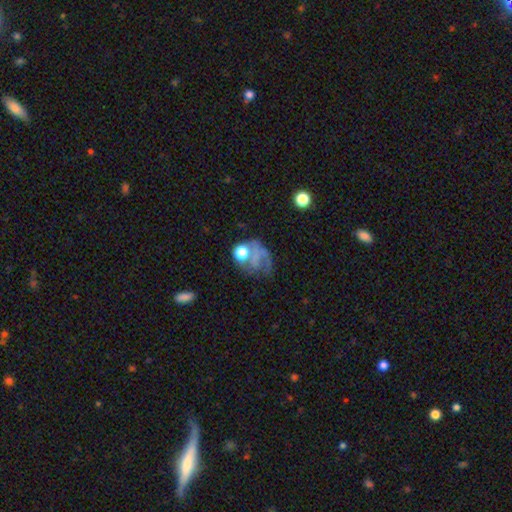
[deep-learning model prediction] This appears to be a smooth galaxy with no disk features (45%). Merging: major disturbance (43%).